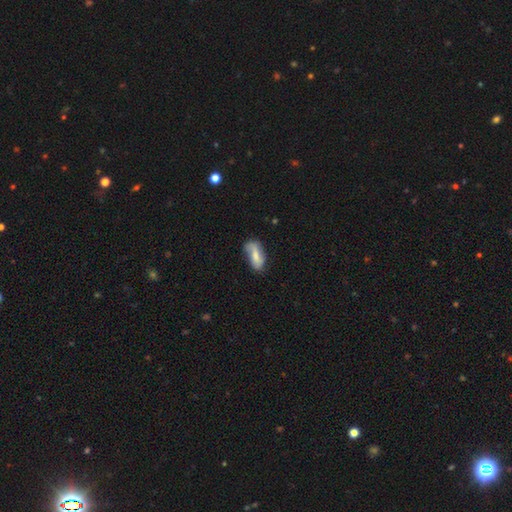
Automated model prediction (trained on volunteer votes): Overall: smooth (58%; featured or disk 34%). How rounded: in between (84%). Merging: none (53%; minor disturbance 31%).